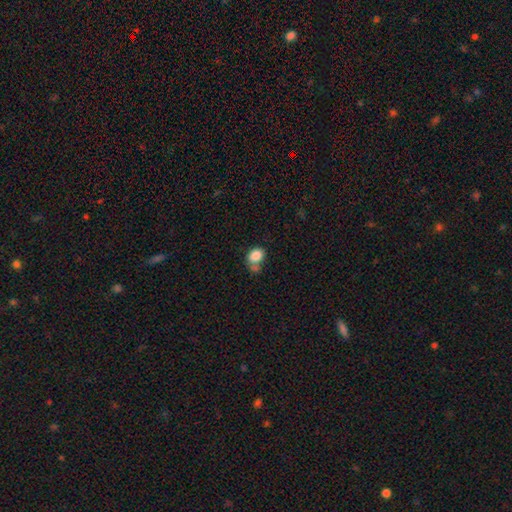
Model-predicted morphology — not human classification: smooth_or_featured: smooth (p=0.84) [alt: star or artifact p=0.09]
how_rounded: in between (p=0.63) [alt: round p=0.36]
merging: none (p=0.42) [alt: merger p=0.28]